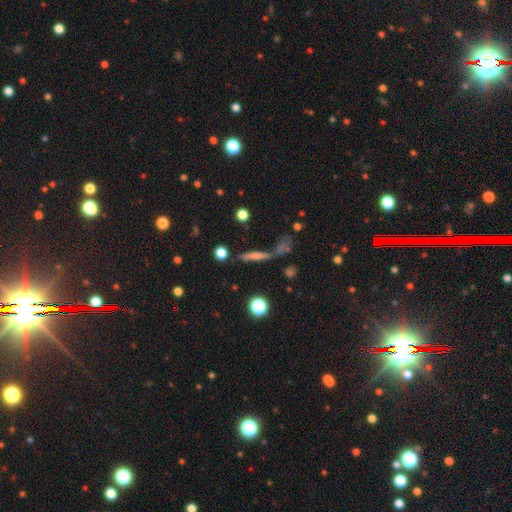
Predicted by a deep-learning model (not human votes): A smooth galaxy with no disk features (44%).

Vote fractions:
- Smooth or featured? smooth: 44% / featured or disk: 40% / star or artifact: 16%
- Merging? none: 59% / minor disturbance: 16% / merger: 15% / major disturbance: 10%